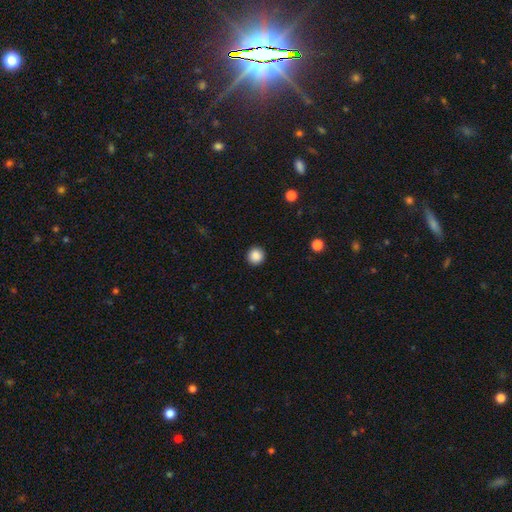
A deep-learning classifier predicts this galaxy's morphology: smooth 88%, star or artifact 9%, featured or disk 3%. Down the decision tree: how rounded — round (94%); merging — none (93%).